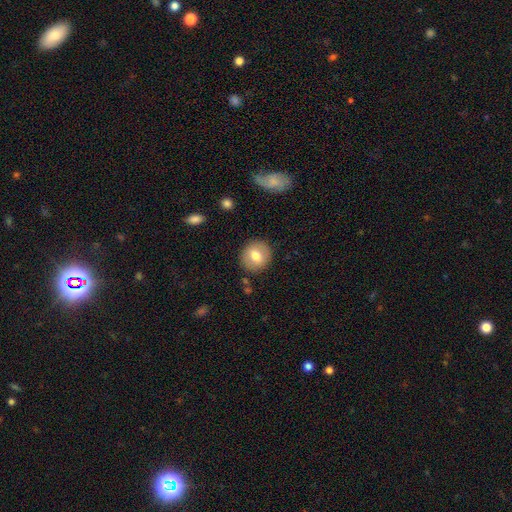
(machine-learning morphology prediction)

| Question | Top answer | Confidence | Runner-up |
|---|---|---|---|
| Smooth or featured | smooth | 72% | featured or disk (20%) |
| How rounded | round | 85% | in between (14%) |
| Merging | none | 88% | minor disturbance (8%) |